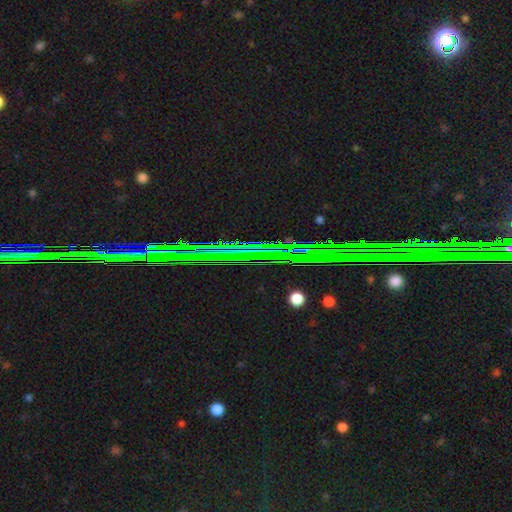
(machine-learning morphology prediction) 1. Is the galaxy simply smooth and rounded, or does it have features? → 84% star or artifact, 9% featured or disk, 7% smooth.